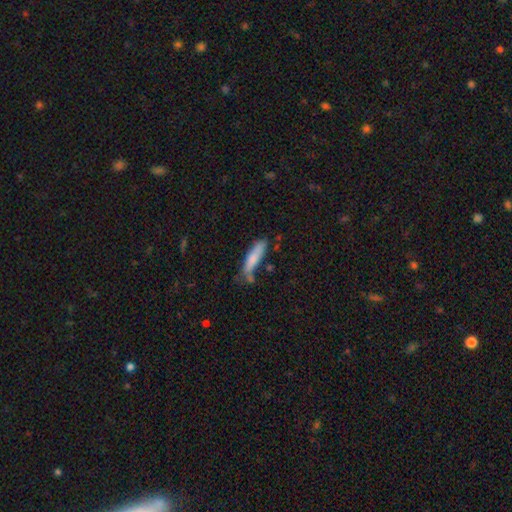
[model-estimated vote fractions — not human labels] The model was most divided on "merging": none: 63%, minor disturbance: 23%, merger: 8%, major disturbance: 6%. More confident: how rounded — cigar-shaped (80%); smooth or featured — smooth (73%).